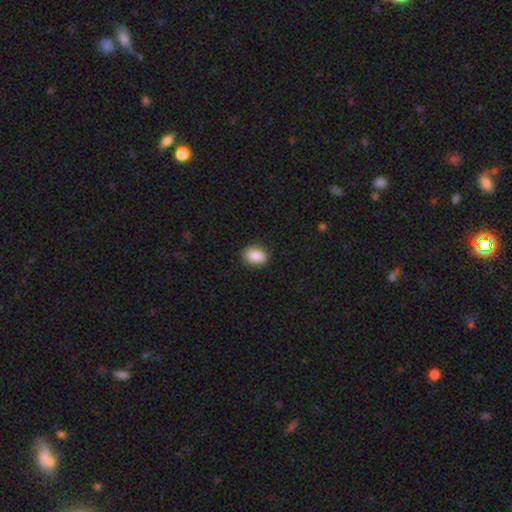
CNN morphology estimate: The model was most divided on "how rounded": in between: 80%, round: 18%, cigar-shaped: 2%. More confident: smooth or featured — smooth (87%); merging — none (87%).